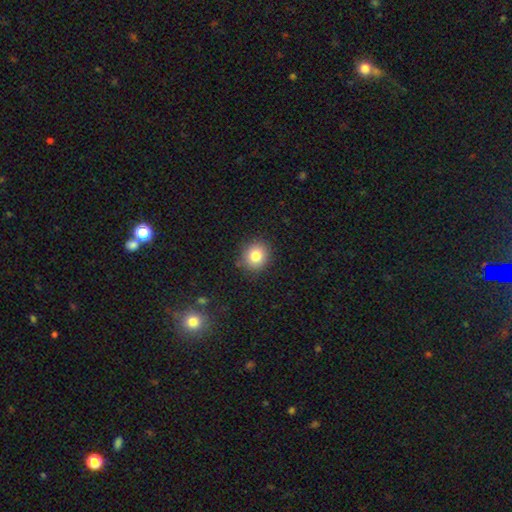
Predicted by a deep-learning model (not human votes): Overall: smooth (82%). How rounded: round (79%). Merging: none (88%).